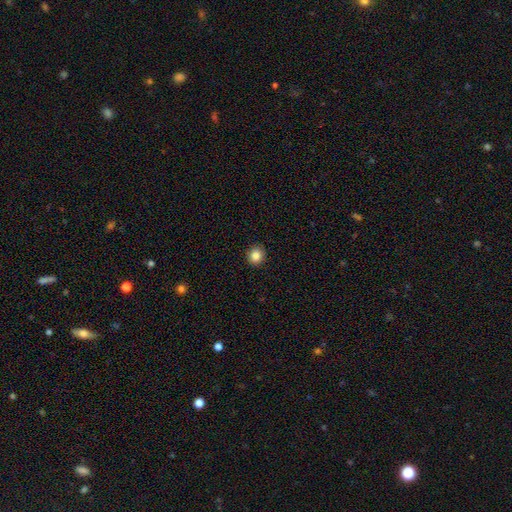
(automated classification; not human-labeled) The model was most divided on "how rounded": round: 84%, in between: 15%, cigar-shaped: 1%. More confident: merging — none (91%); smooth or featured — smooth (85%).